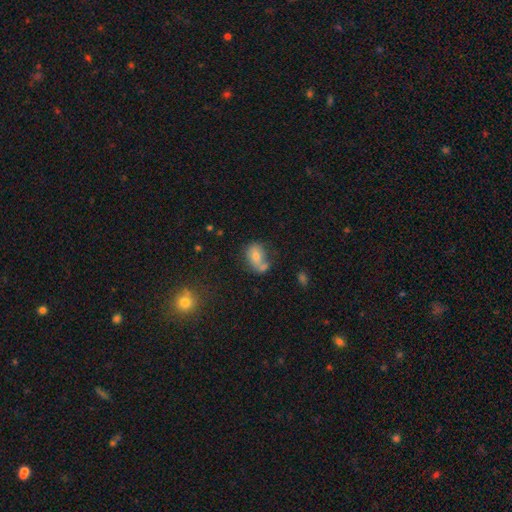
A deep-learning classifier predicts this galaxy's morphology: A smooth galaxy with no disk features (70%) that is in between round and cigar-shaped (76%). Merging: none (39%).